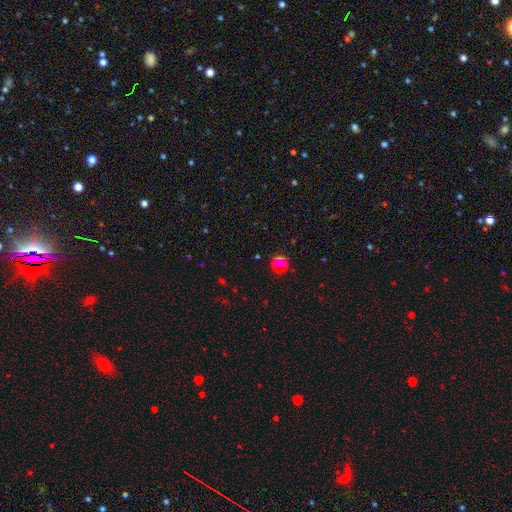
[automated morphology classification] This is possibly a star or artifact rather than a galaxy (59%).